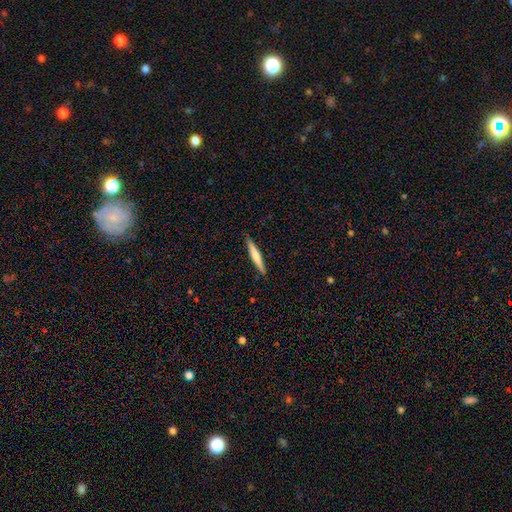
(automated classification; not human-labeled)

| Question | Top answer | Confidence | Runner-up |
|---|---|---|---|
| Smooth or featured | smooth | 55% | featured or disk (40%) |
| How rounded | cigar-shaped | 94% | in between (5%) |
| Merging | none | 91% | minor disturbance (6%) |